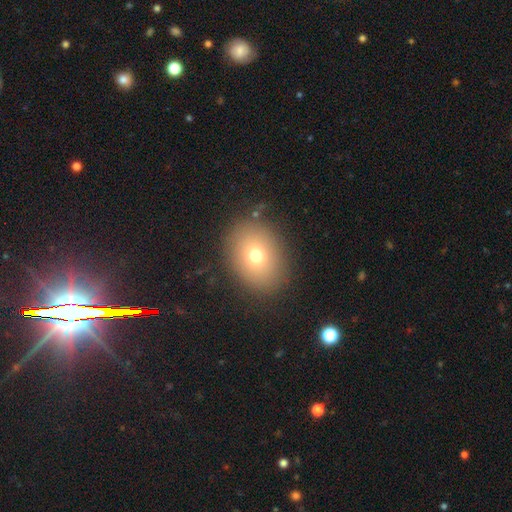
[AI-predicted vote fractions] Smooth or featured? Predicted: smooth (p=0.73). How rounded? Predicted: in between (p=0.61). Merging? Predicted: none (p=0.85).